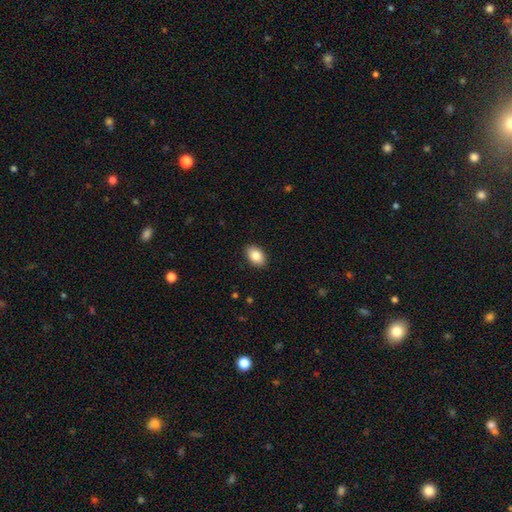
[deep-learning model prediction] The model was most divided on "smooth or featured": smooth: 85%, featured or disk: 7%, star or artifact: 7%. More confident: merging — none (90%); how rounded — in between (89%).